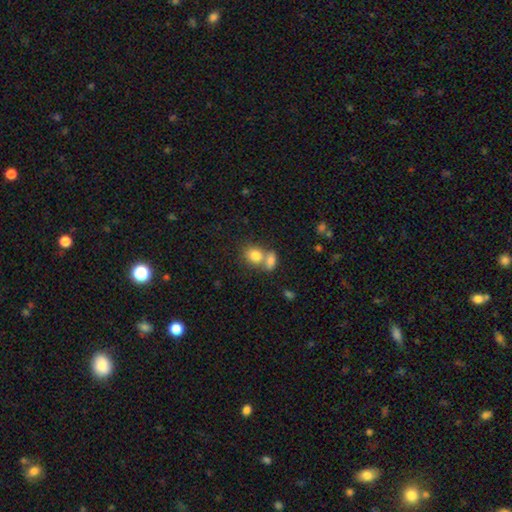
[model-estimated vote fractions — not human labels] Overall: smooth (81%). How rounded: in between (50%; round 49%). Merging: merger (55%; none 33%).